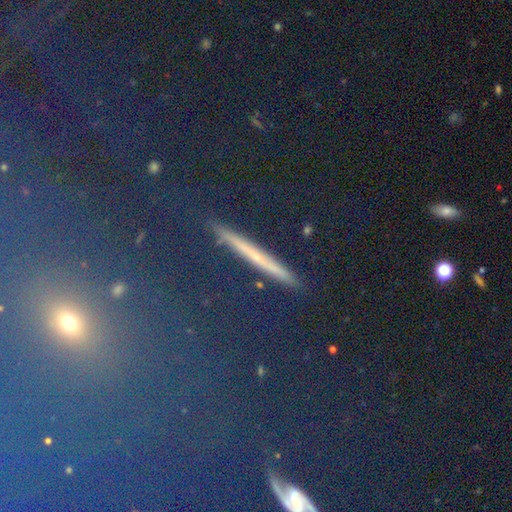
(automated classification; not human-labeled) Smooth or featured: star or artifact — 49% (smooth — 26%)